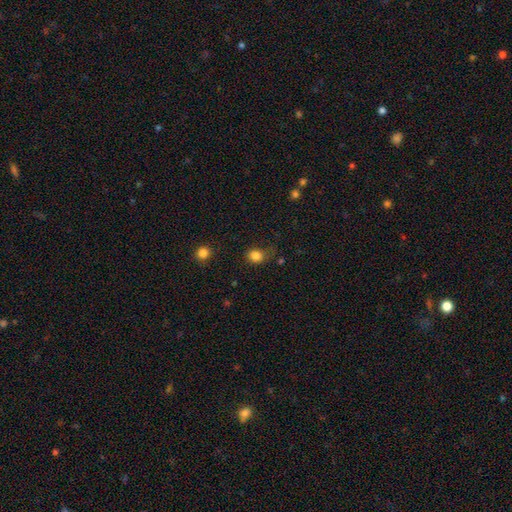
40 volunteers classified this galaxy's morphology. Smooth or featured?
  - smooth: 88% *
  - star or artifact: 12%
  - featured or disk: 0%
How rounded?
  - round: 71% *
  - in between: 29%
  - cigar-shaped: 0%
Merging?
  - none: 51% *
  - minor disturbance: 34%
  - major disturbance: 14%
  - merger: 0%